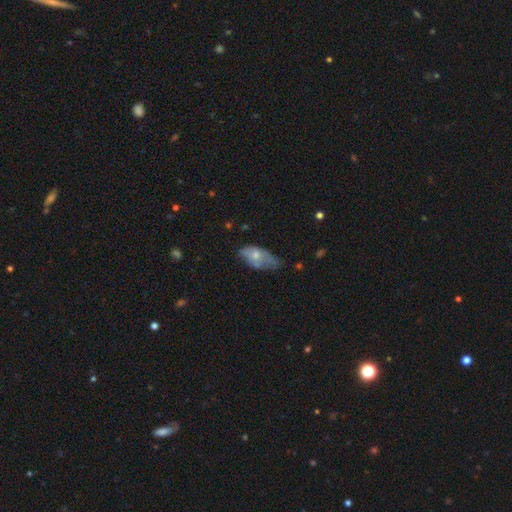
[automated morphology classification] This appears to be a smooth galaxy with no disk features (57%) that is in between round and cigar-shaped (90%). Merging: minor disturbance (41%).